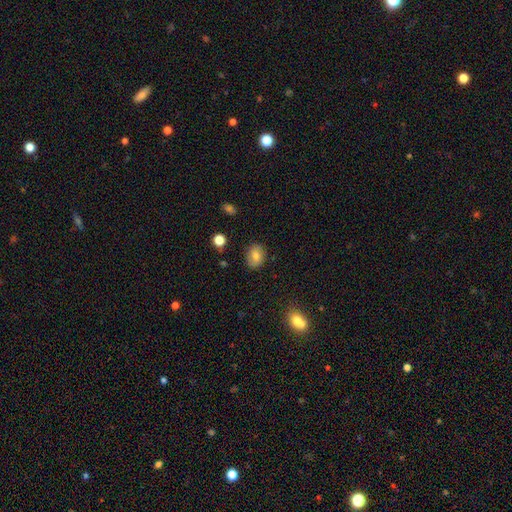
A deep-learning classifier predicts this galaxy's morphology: smooth 76%, featured or disk 14%, star or artifact 10%. Down the decision tree: how rounded — in between (56%); merging — none (85%).